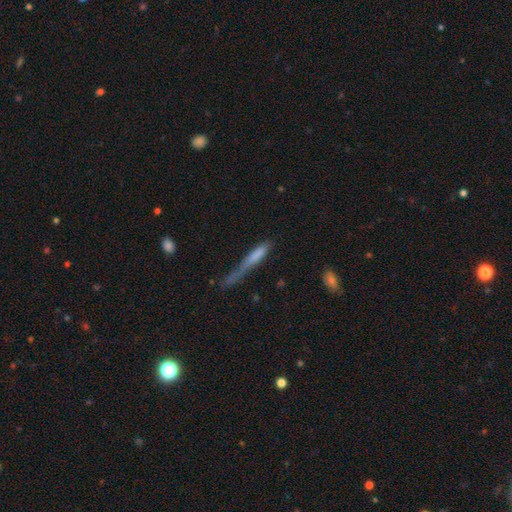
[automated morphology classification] Smooth or featured? Predicted: smooth (p=0.65). How rounded? Predicted: cigar-shaped (p=0.89). Merging? Predicted: none (p=0.32).